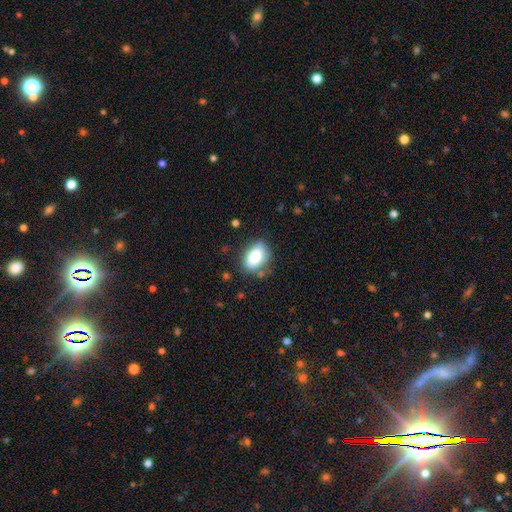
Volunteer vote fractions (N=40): smooth-or-featured: smooth: 95% | featured or disk: 5% | star or artifact: 0%
  how-rounded: in between: 79% | round: 16% | cigar-shaped: 5%
  merging: none: 75% | minor disturbance: 12% | major disturbance: 10% | merger: 2%